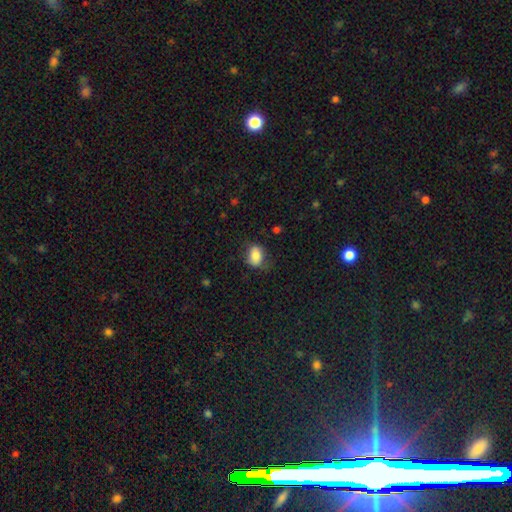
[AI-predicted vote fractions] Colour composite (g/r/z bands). It shows a smooth galaxy with no disk features (83%) that is in between round and cigar-shaped (77%). Merging: none (68%).